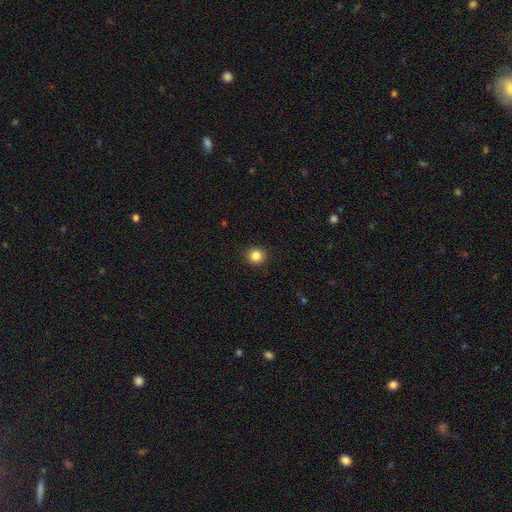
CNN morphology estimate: smooth-or-featured: smooth: 84% | star or artifact: 11% | featured or disk: 5%
  how-rounded: round: 93% | in between: 6% | cigar-shaped: 1%
  merging: none: 92% | minor disturbance: 5% | major disturbance: 2% | merger: 1%